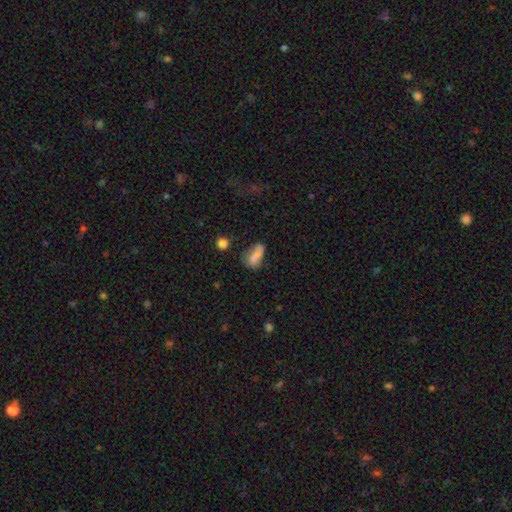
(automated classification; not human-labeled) smooth-or-featured: smooth: 72% | featured or disk: 17% | star or artifact: 11%
  how-rounded: in between: 77% | cigar-shaped: 17% | round: 6%
  merging: none: 39% | minor disturbance: 27% | major disturbance: 20% | merger: 14%